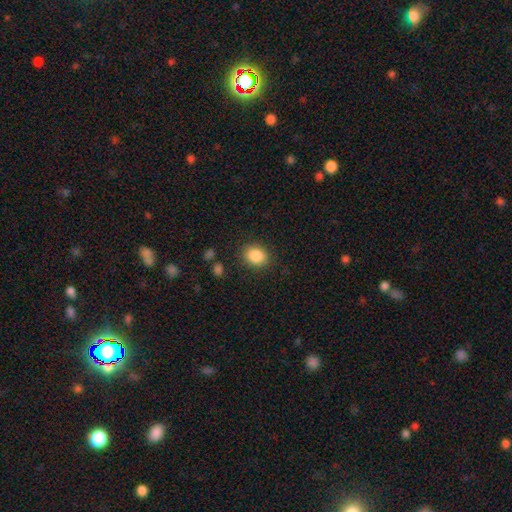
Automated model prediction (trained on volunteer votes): Morphology: type=smooth (86%); roundness=round (62%); merging=none (86%).